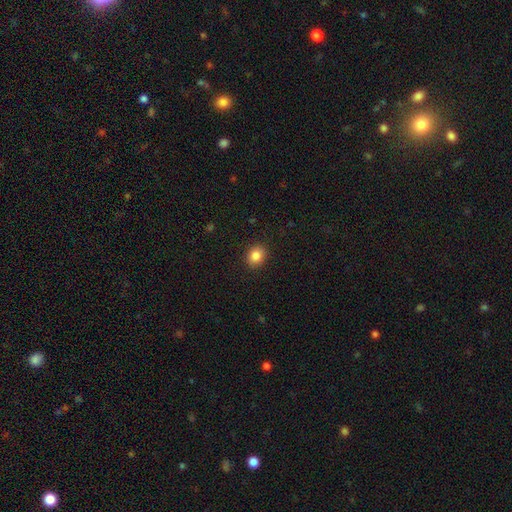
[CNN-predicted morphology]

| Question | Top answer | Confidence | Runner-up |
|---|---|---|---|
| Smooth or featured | smooth | 86% | star or artifact (10%) |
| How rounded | round | 63% | in between (36%) |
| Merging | none | 90% | minor disturbance (7%) |